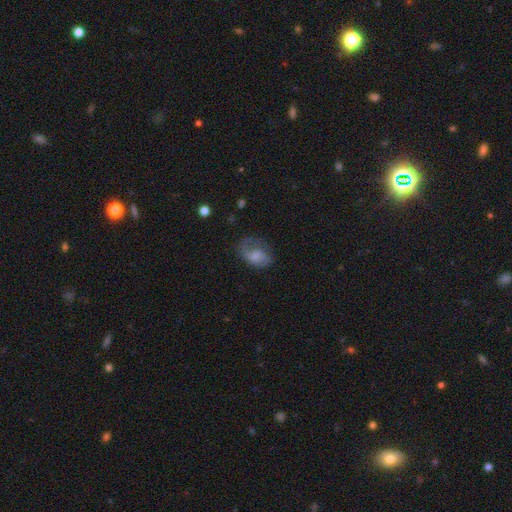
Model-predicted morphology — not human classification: Overall: smooth (46%; featured or disk 45%). Merging: none (41%; major disturbance 30%).